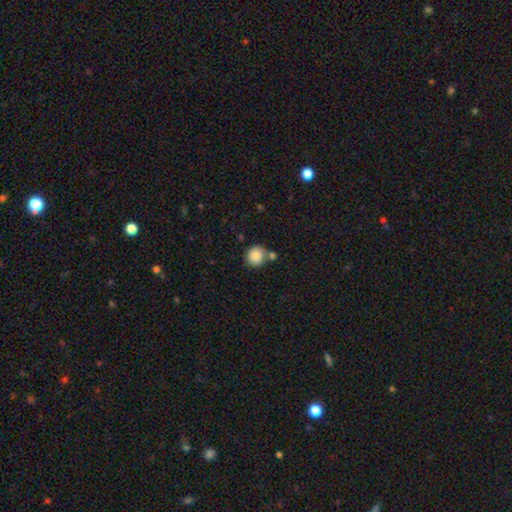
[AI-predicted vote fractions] smooth 86%, star or artifact 8%, featured or disk 6%. Down the decision tree: how rounded — round (90%); merging — none (63%).